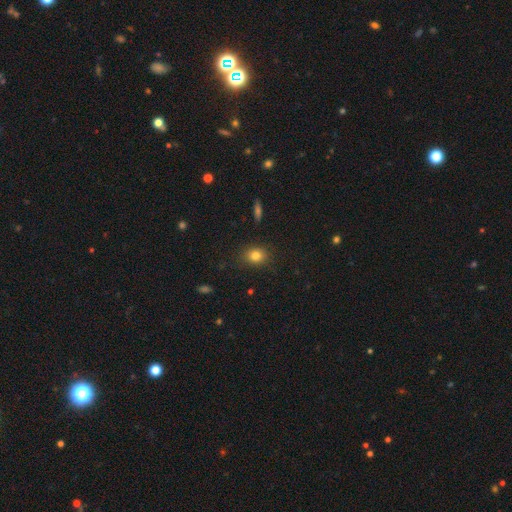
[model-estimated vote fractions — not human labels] smooth-or-featured: smooth: 81% | star or artifact: 12% | featured or disk: 8%
  how-rounded: round: 60% | in between: 39% | cigar-shaped: 1%
  merging: none: 86% | minor disturbance: 10% | major disturbance: 3% | merger: 1%